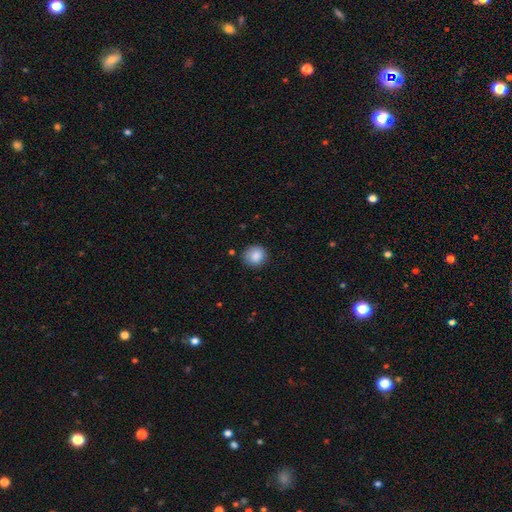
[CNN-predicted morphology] Smooth or featured? Predicted: smooth (p=0.87). How rounded? Predicted: round (p=0.87). Merging? Predicted: none (p=0.82).